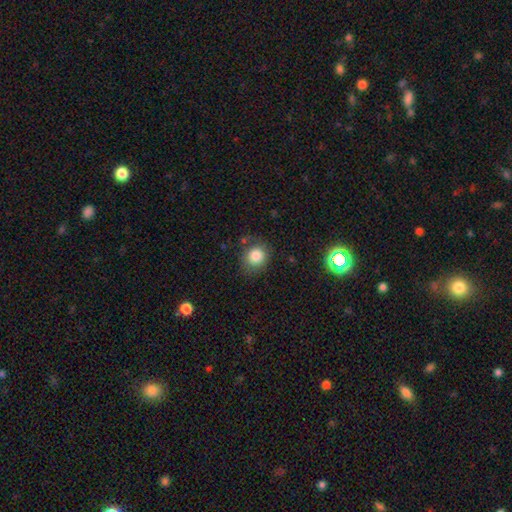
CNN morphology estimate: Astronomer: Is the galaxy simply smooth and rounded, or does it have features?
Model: smooth — 83%.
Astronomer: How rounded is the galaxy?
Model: round — 81%.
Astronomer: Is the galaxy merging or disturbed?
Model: none — 76%.